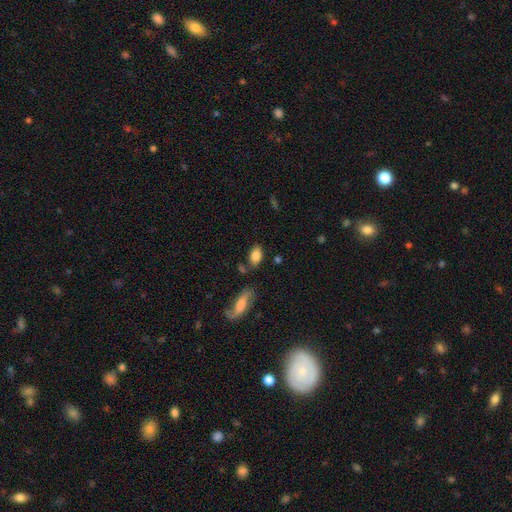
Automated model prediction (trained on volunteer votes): smooth-or-featured: smooth: 82% | featured or disk: 11% | star or artifact: 7%
  how-rounded: in between: 90% | round: 7% | cigar-shaped: 3%
  merging: none: 76% | minor disturbance: 13% | merger: 7% | major disturbance: 4%